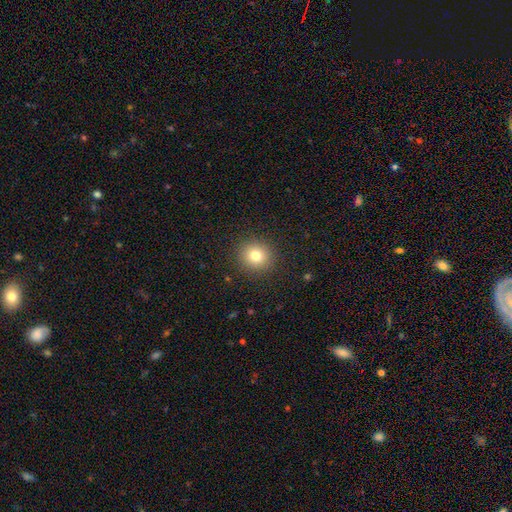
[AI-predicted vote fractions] This appears to be a smooth galaxy with no disk features (78%) that is round (88%). Merging: none (90%).